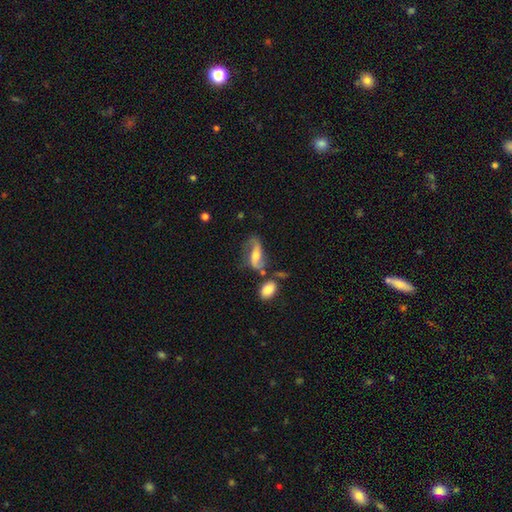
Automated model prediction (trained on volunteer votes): This is likely a featured or disk galaxy (69%). It is clearly not viewed edge-on (91%). Bar: marginally no (36%, tied with weak). Spiral arm pattern: clearly yes (89%). Spiral arm count: clearly 2 (87%). Spiral winding: likely loose (74%). Central bulge: possibly moderate (57%). Merging: possibly none (51%).